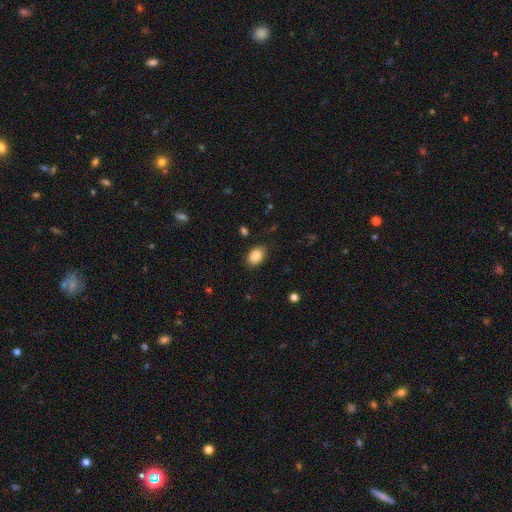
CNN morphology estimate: This is clearly a smooth galaxy (86%). How rounded: clearly in between (84%). Merging: clearly none (85%).